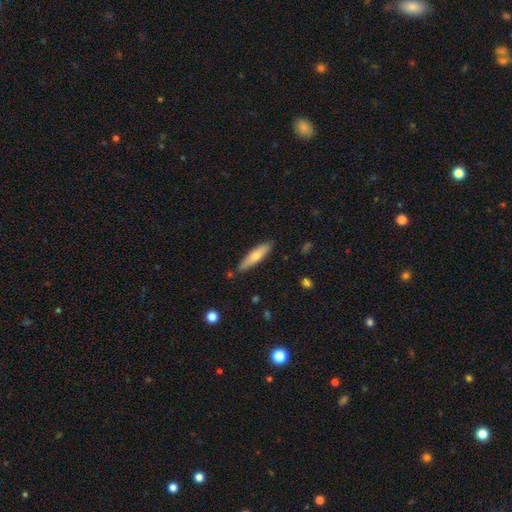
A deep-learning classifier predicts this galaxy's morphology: This is likely a smooth galaxy (69%). How rounded: likely cigar-shaped (75%). Merging: clearly none (84%).